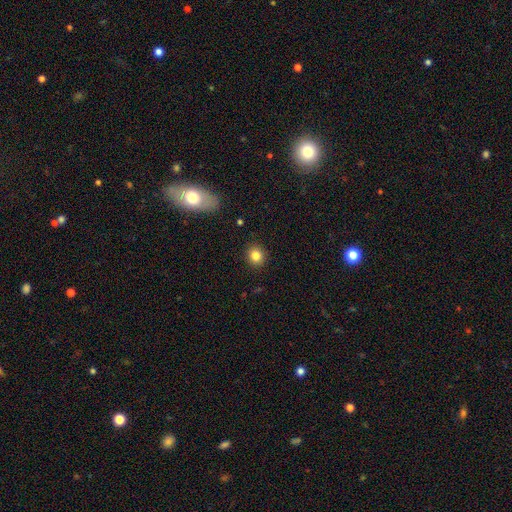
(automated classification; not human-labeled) Overall: smooth (83%). How rounded: round (80%). Merging: none (90%).